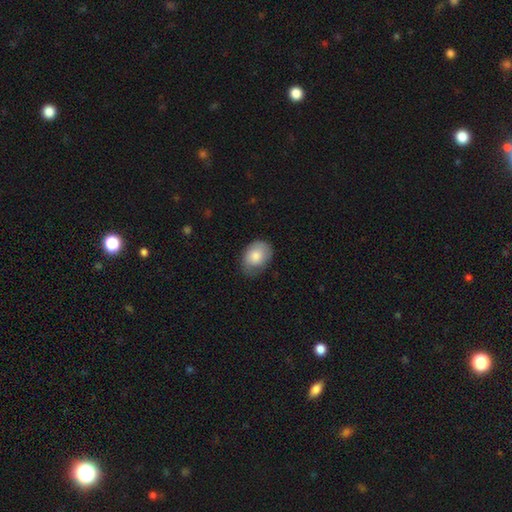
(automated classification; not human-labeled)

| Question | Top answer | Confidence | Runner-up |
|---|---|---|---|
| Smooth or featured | smooth | 79% | featured or disk (15%) |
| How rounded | in between | 72% | round (27%) |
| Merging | none | 62% | minor disturbance (29%) |